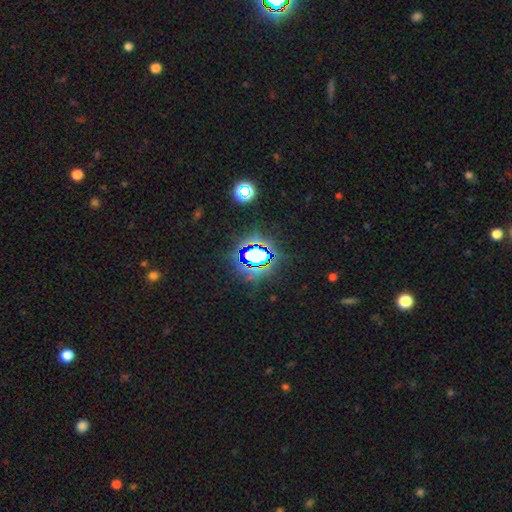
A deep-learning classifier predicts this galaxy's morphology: smooth-or-featured: star or artifact: 74% | smooth: 15% | featured or disk: 11%